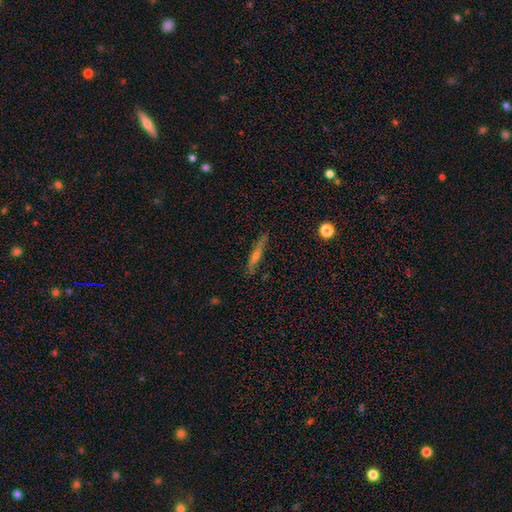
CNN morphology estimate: Smooth or featured: featured or disk — 56% (smooth — 29%)
Edge-on disk: yes — 89% (no — 11%)
Merging: none — 86% (minor disturbance — 10%)